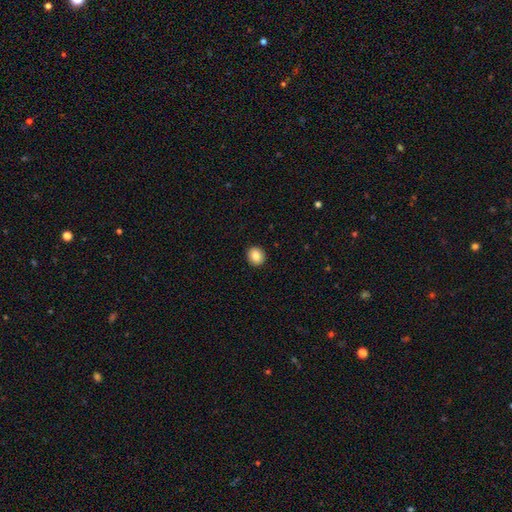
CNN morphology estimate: This is clearly a smooth galaxy (85%). How rounded: clearly round (82%). Merging: clearly none (92%).